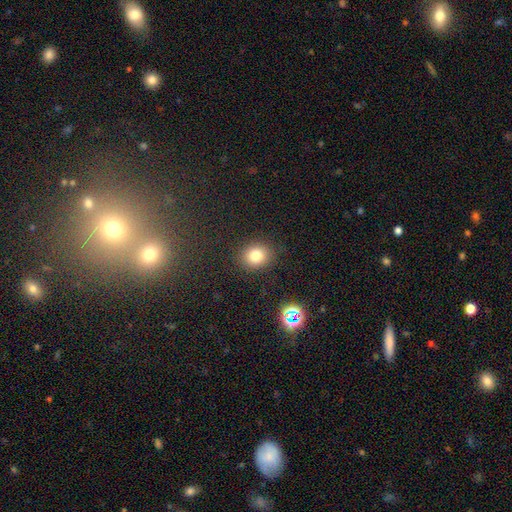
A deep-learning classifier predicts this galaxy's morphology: Smooth or featured?
  - smooth: 79% *
  - star or artifact: 13%
  - featured or disk: 7%
How rounded?
  - round: 71% *
  - in between: 28%
  - cigar-shaped: 1%
Merging?
  - none: 88% *
  - minor disturbance: 8%
  - major disturbance: 3%
  - merger: 1%